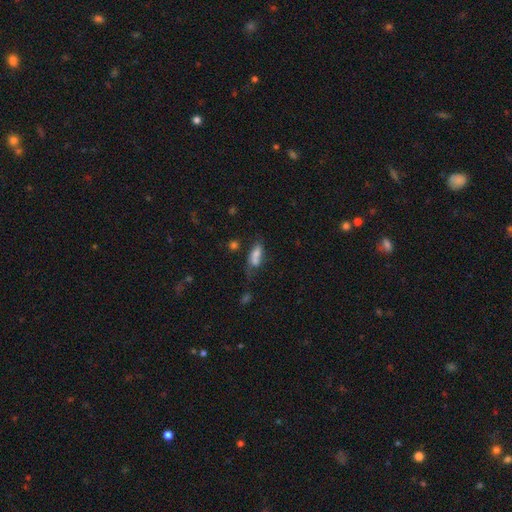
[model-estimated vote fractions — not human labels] This appears to be a smooth galaxy with no disk features (70%) that is in between round and cigar-shaped (73%). Merging: none (34%).